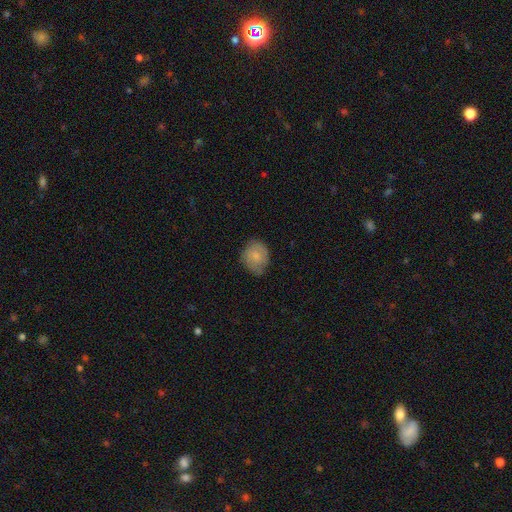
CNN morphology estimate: Overall: smooth (73%). How rounded: round (63%; in between 36%). Merging: none (64%; minor disturbance 29%).